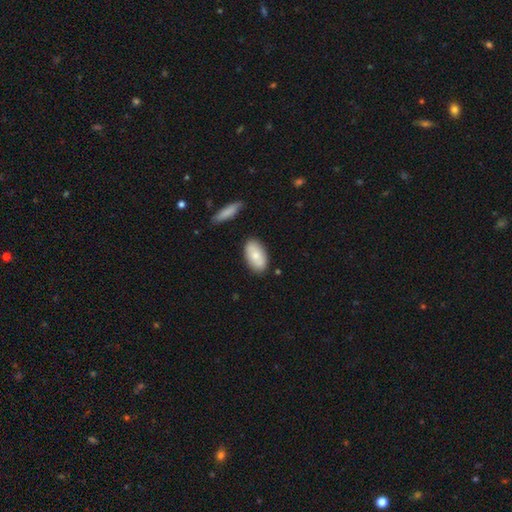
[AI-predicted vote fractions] Smooth or featured?
  - smooth: 73% *
  - featured or disk: 21%
  - star or artifact: 6%
How rounded?
  - in between: 93% *
  - round: 4%
  - cigar-shaped: 3%
Merging?
  - none: 79% *
  - minor disturbance: 14%
  - merger: 5%
  - major disturbance: 3%